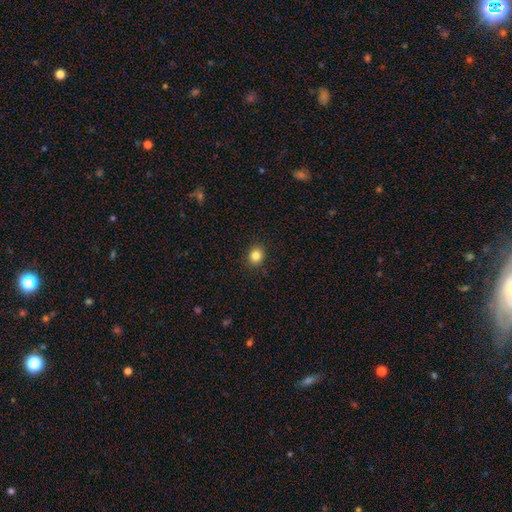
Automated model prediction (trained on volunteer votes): smooth-or-featured: smooth: 84% | star or artifact: 11% | featured or disk: 5%
  how-rounded: round: 71% | in between: 28% | cigar-shaped: 1%
  merging: none: 90% | minor disturbance: 7% | major disturbance: 2% | merger: 1%